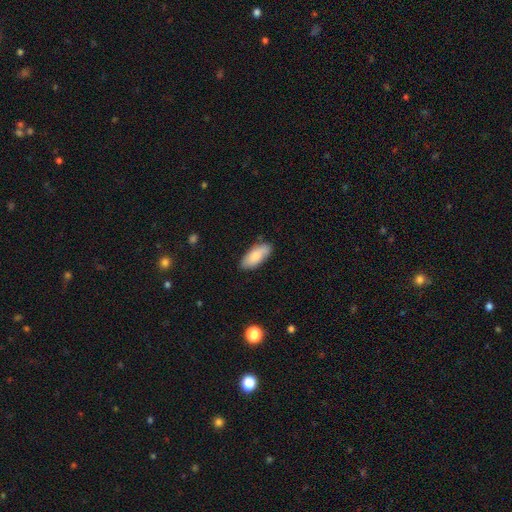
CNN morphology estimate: Q: Smooth or featured?
A: smooth (79%); runner-up: featured or disk (15%)
Q: How rounded?
A: in between (88%); runner-up: cigar-shaped (10%)
Q: Merging?
A: none (80%); runner-up: minor disturbance (16%)